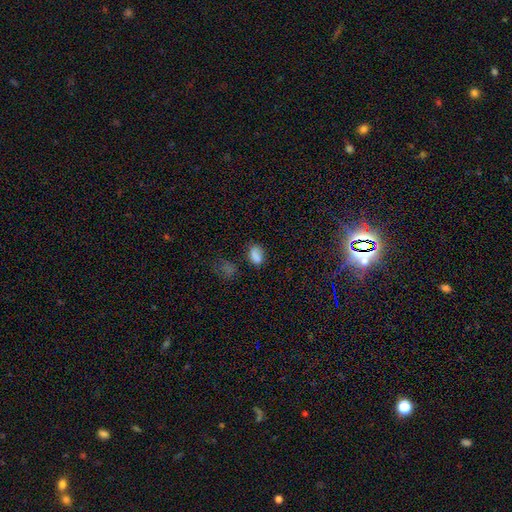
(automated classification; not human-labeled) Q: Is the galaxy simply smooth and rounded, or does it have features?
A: smooth — 80%.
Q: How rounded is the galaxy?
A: in between — 86%.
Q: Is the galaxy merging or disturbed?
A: none — 68%.